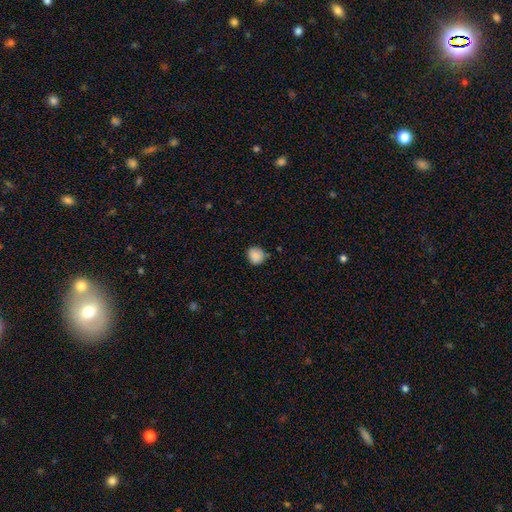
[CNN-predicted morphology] A smooth galaxy with no disk features (88%) that is round (85%).

Vote fractions:
- Smooth or featured? smooth: 88% / star or artifact: 9% / featured or disk: 4%
- How rounded? round: 85% / in between: 14% / cigar-shaped: 1%
- Merging? none: 80% / minor disturbance: 15% / major disturbance: 3% / merger: 2%